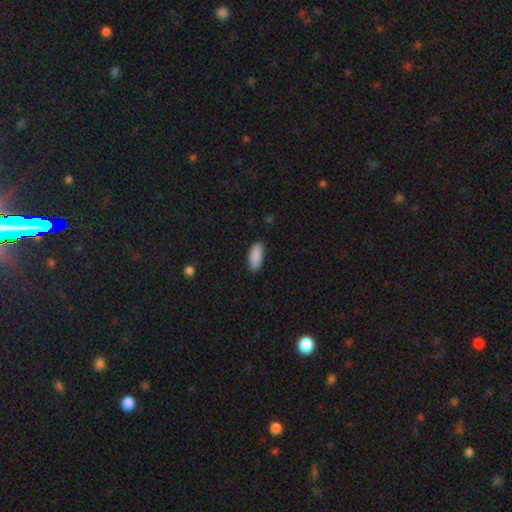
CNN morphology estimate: Smooth or featured? Predicted: smooth (p=0.90). How rounded? Predicted: in between (p=0.82). Merging? Predicted: none (p=0.86).